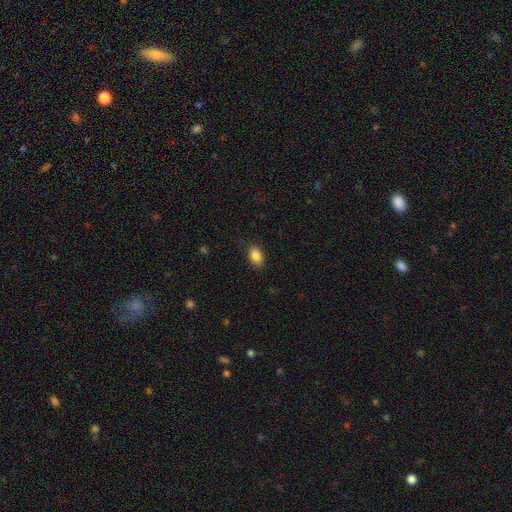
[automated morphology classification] This appears to be a smooth galaxy with no disk features (87%) that is in between round and cigar-shaped (86%). Merging: none (84%).